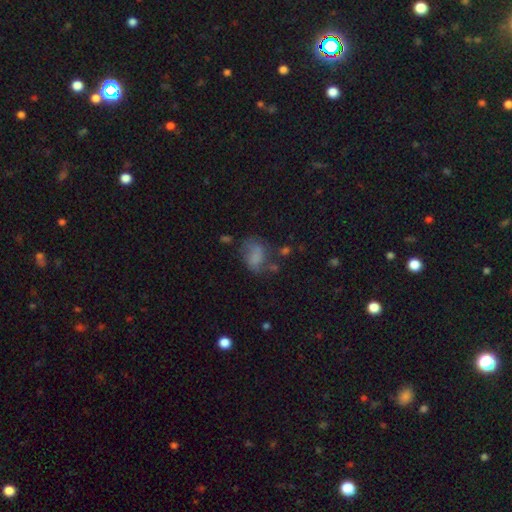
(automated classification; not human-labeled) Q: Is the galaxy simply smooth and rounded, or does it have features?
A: smooth — 62%.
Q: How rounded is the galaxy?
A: in between — 72%.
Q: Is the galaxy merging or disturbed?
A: none — 40%.